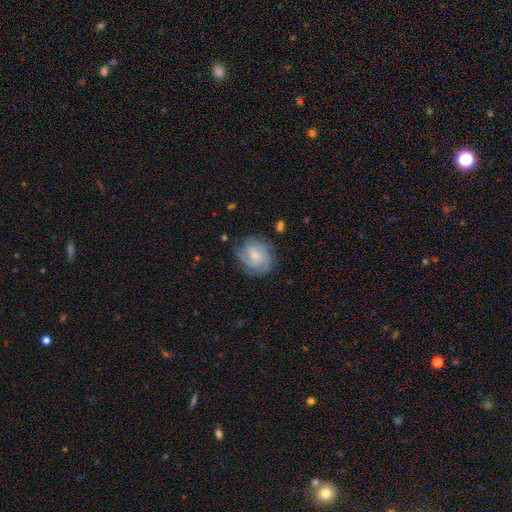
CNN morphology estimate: A featured or disk galaxy (65%) with no bar (64%), tight (54%) spiral arms (91%) and a small central bulge (52%). Merging: none (72%).